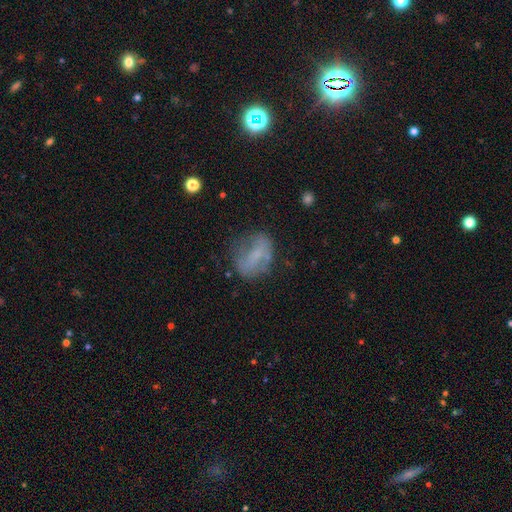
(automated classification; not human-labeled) The model was most divided on "smooth or featured": smooth: 52%, featured or disk: 37%, star or artifact: 12%. More confident: how rounded — in between (67%); merging — none (55%).